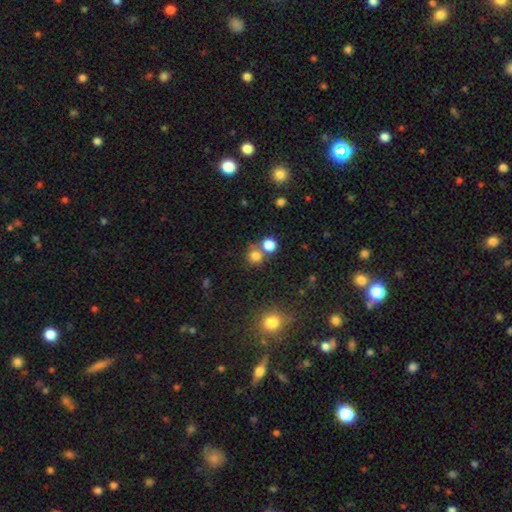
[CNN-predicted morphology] This appears to be a smooth galaxy with no disk features (77%) that is round (89%). Merging: none (64%).